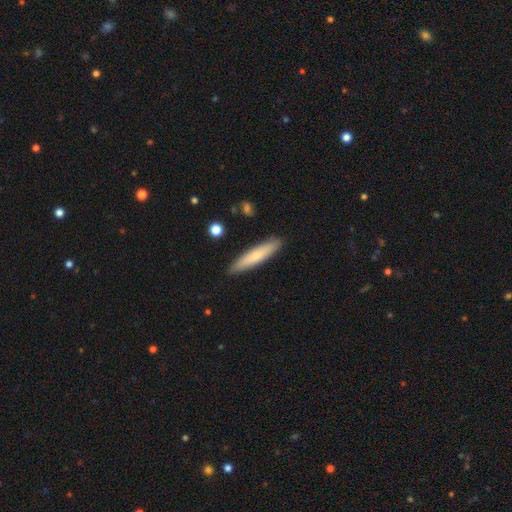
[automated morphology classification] Smooth or featured? smooth (69%)
How rounded? cigar-shaped (88%)
Merging? none (89%)